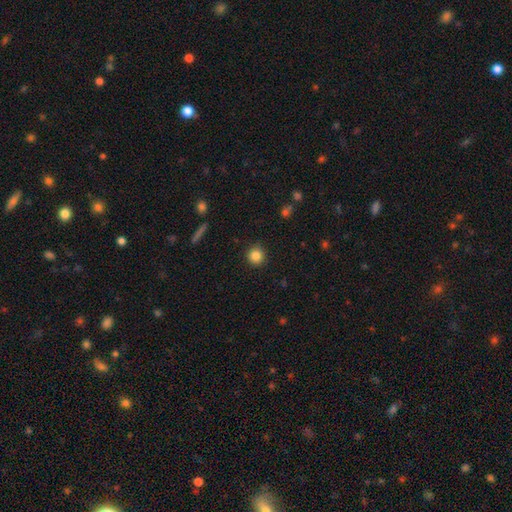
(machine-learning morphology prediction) A smooth galaxy with no disk features (85%) that is round (92%). Merging: none (89%).